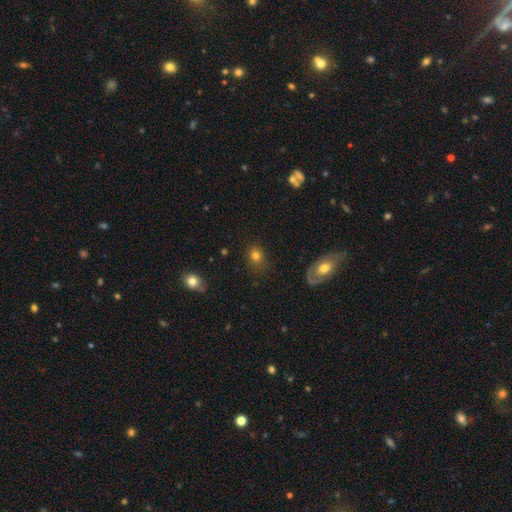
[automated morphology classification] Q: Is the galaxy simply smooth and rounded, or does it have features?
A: smooth — 77%.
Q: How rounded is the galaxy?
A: round — 59%.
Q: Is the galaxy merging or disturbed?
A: none — 77%.